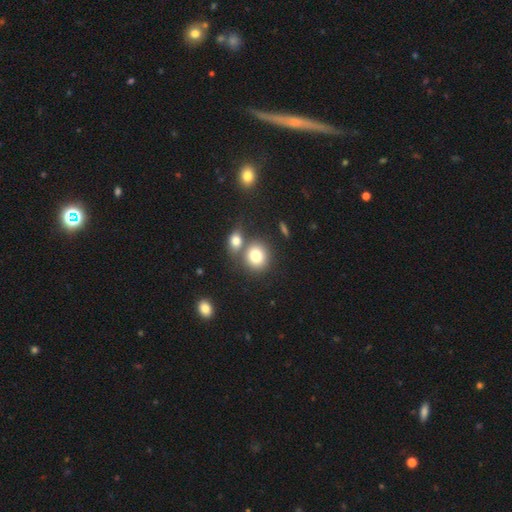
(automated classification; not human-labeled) Smooth or featured? Predicted: smooth (p=0.79). How rounded? Predicted: round (p=0.77). Merging? Predicted: none (p=0.54).